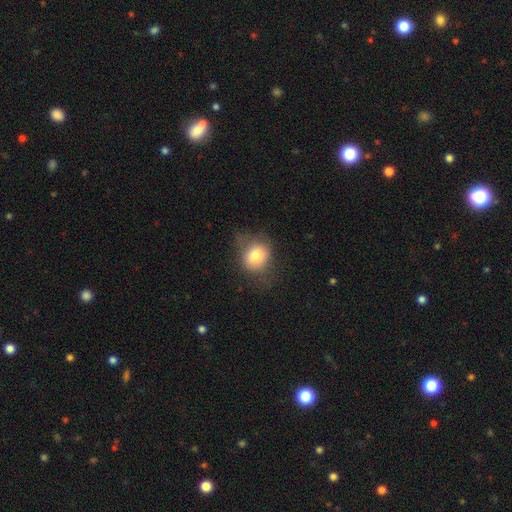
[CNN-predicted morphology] Smooth or featured? smooth (75%)
How rounded? round (65%)
Merging? none (58%)